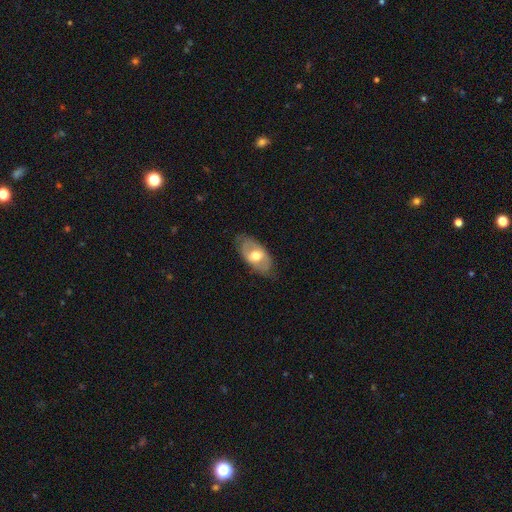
Q: Smooth or featured?
A: featured or disk (53%); runner-up: smooth (42%)
Q: Edge-on disk?
A: no (80%); runner-up: yes (20%)
Q: Bar?
A: no (56%); runner-up: weak (31%)
Q: Spiral arms?
A: no (88%); runner-up: yes (12%)
Q: Bulge size?
A: moderate (69%); runner-up: small (19%)
Q: Merging?
A: none (69%); runner-up: minor disturbance (25%)